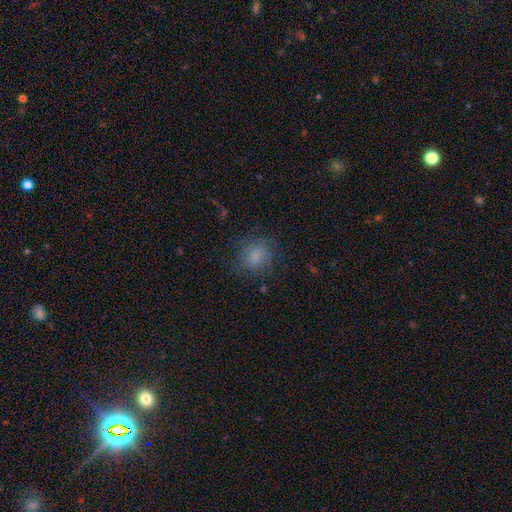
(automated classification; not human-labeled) Q: Smooth or featured?
A: smooth (71%); runner-up: featured or disk (17%)
Q: How rounded?
A: round (76%); runner-up: in between (23%)
Q: Merging?
A: none (72%); runner-up: minor disturbance (17%)